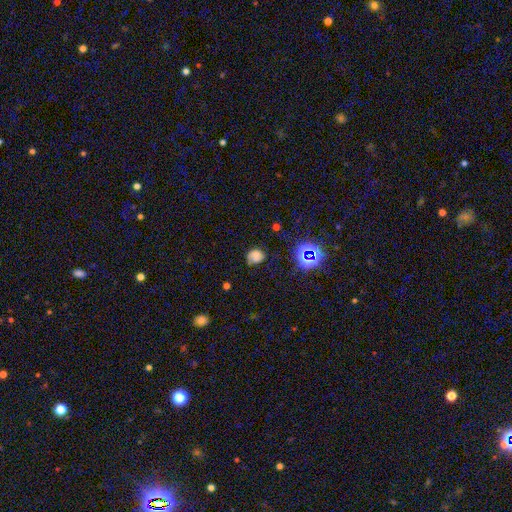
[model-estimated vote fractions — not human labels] This appears to be a smooth galaxy with no disk features (58%) that is round (56%). Merging: none (55%).